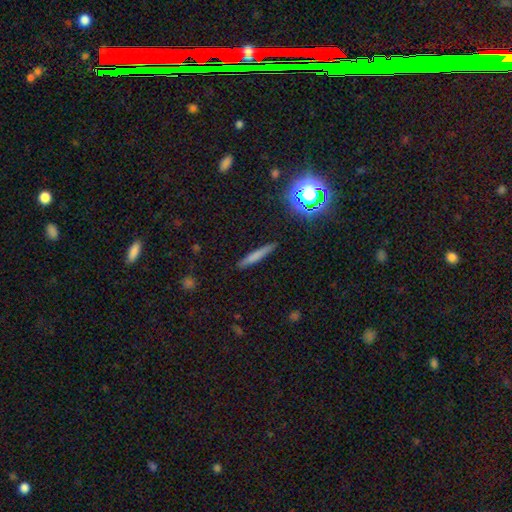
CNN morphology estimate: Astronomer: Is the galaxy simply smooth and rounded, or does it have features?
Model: smooth — 67%.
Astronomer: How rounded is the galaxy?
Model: cigar-shaped — 93%.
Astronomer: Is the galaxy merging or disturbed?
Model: none — 88%.